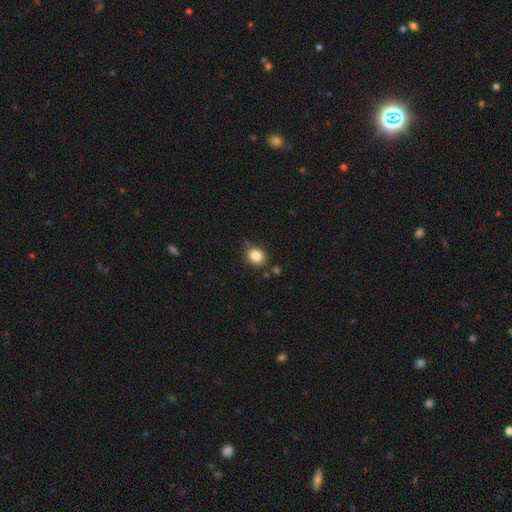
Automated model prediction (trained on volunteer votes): smooth 85%, star or artifact 10%, featured or disk 5%. Down the decision tree: how rounded — round (59%); merging — none (72%).